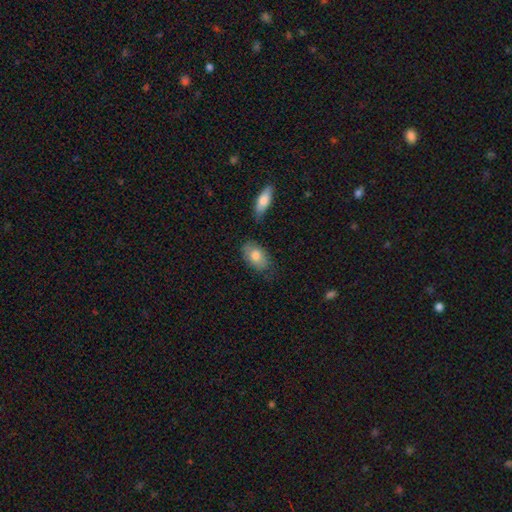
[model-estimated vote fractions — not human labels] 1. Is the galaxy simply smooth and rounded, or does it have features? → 78% smooth, 16% featured or disk, 6% star or artifact.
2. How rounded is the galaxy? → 90% in between, 8% round, 2% cigar-shaped.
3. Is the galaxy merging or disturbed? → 71% none, 19% minor disturbance, 5% merger, 5% major disturbance.